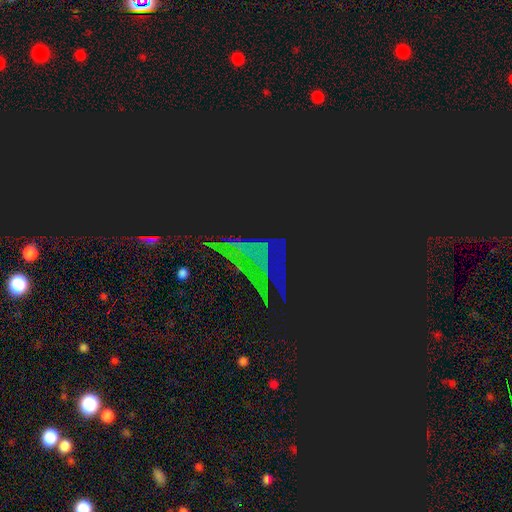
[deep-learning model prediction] This is likely a star or artifact rather than a galaxy (68%).